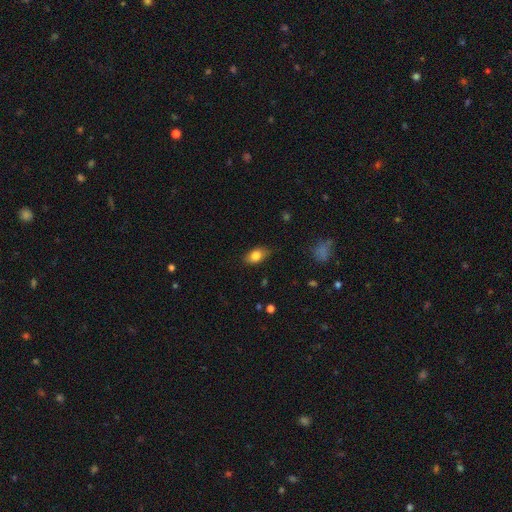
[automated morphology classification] This is clearly a smooth galaxy (82%). How rounded: clearly in between (85%). Merging: likely none (77%).